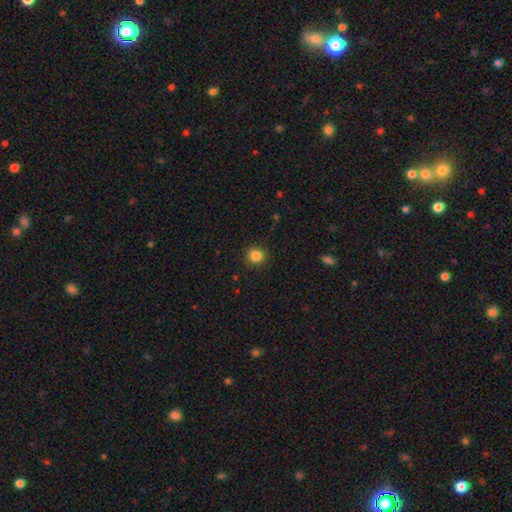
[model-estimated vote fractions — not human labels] This appears to be a smooth galaxy with no disk features (85%) that is round (93%). Merging: none (91%).